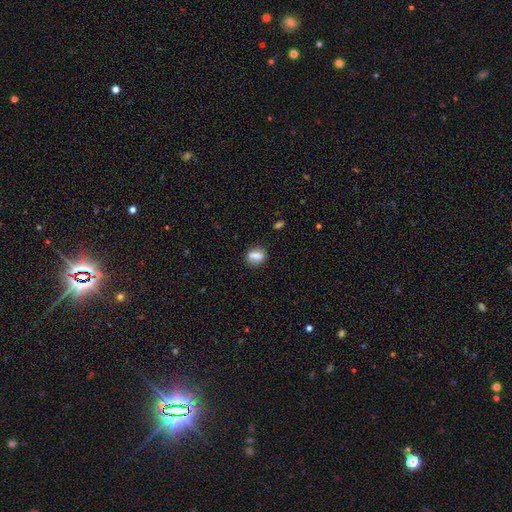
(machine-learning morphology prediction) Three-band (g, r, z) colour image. It shows a smooth galaxy with no disk features (81%) that is in between round and cigar-shaped (60%). Merging: none (79%).